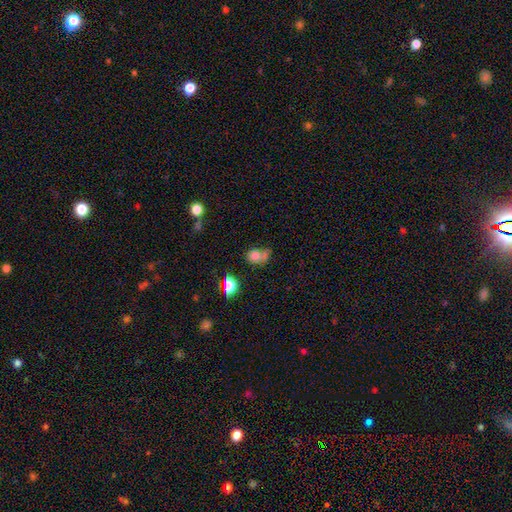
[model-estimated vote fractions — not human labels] smooth-or-featured: smooth: 73% | star or artifact: 15% | featured or disk: 11%
  how-rounded: round: 59% | in between: 40% | cigar-shaped: 2%
  merging: merger: 37% | none: 36% | minor disturbance: 15% | major disturbance: 12%